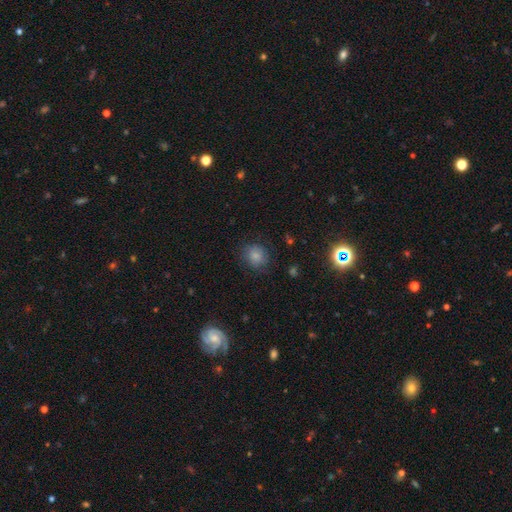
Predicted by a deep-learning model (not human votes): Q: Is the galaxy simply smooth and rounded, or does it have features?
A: smooth — 81%.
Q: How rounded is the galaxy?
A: round — 80%.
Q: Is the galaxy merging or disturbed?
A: none — 80%.